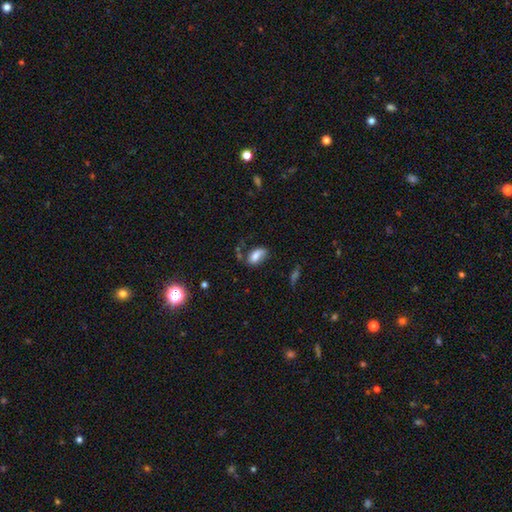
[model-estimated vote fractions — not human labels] Smooth or featured? smooth (73%)
How rounded? in between (90%)
Merging? none (52%)